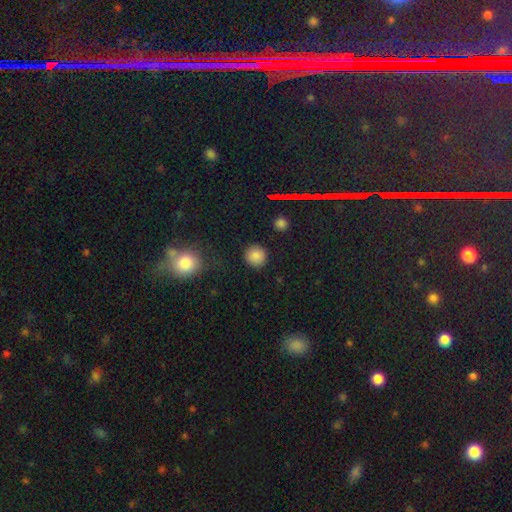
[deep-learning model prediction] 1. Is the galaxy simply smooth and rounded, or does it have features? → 85% smooth, 11% star or artifact, 4% featured or disk.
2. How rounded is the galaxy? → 93% round, 6% in between, 1% cigar-shaped.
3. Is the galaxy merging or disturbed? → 89% none, 7% minor disturbance, 3% major disturbance, 1% merger.